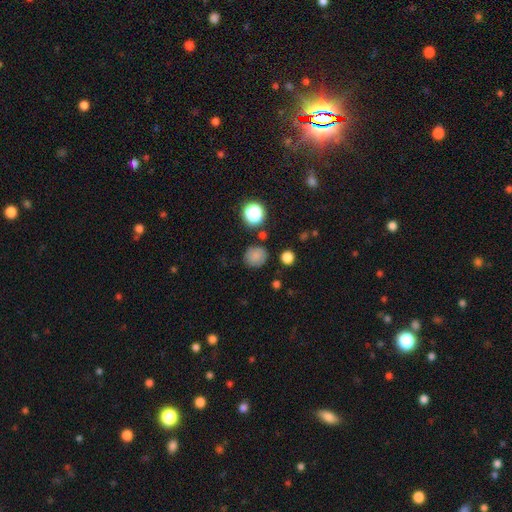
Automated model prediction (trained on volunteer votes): Overall: smooth (78%). How rounded: round (88%). Merging: none (80%).